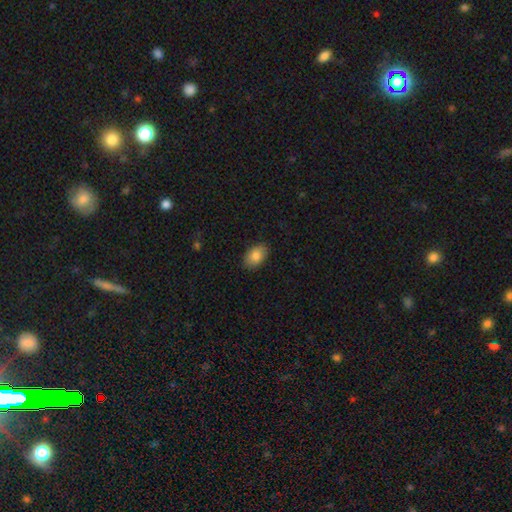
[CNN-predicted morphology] smooth-or-featured: smooth: 85% | featured or disk: 8% | star or artifact: 7%
  how-rounded: in between: 89% | round: 10% | cigar-shaped: 1%
  merging: none: 87% | minor disturbance: 10% | major disturbance: 2% | merger: 1%